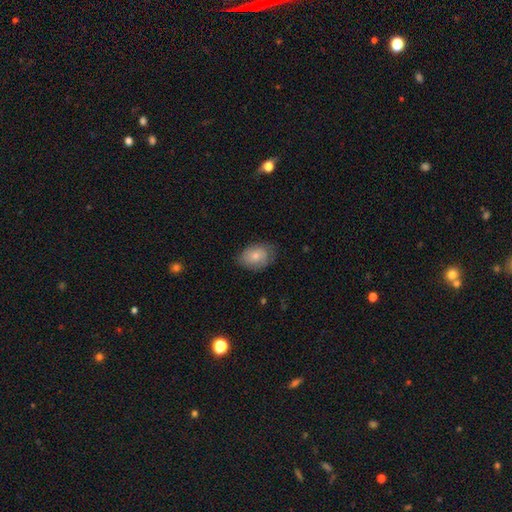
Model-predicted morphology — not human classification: This is likely a smooth galaxy (71%). How rounded: likely in between (77%). Merging: likely none (68%).